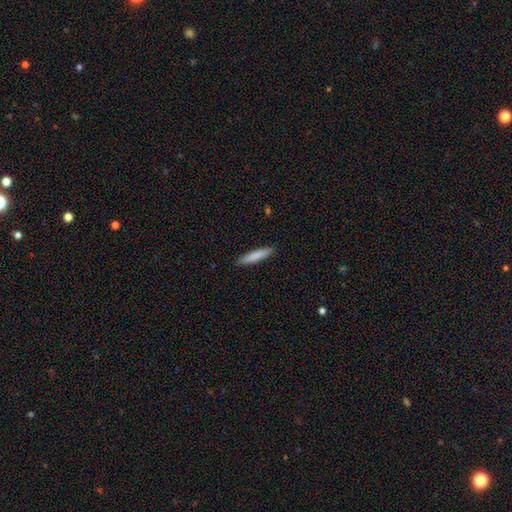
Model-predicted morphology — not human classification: This appears to be a smooth galaxy with no disk features (82%) that is cigar-shaped (88%). Merging: none (90%).